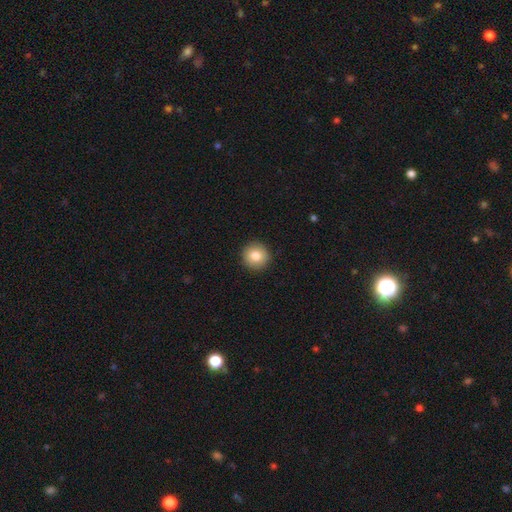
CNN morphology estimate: type=smooth (82%); roundness=round (95%); merging=none (93%).